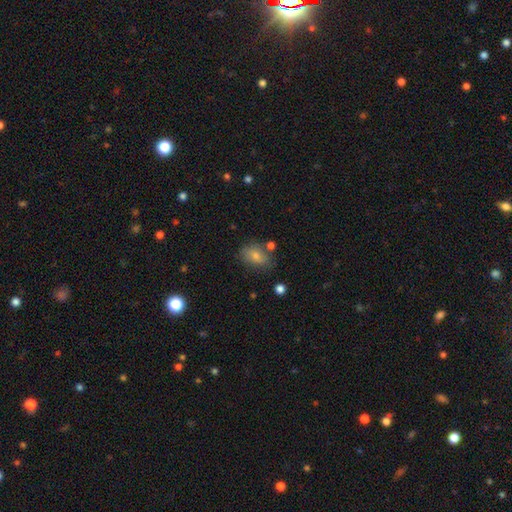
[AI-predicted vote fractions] smooth_or_featured: smooth (p=0.65) [alt: featured or disk p=0.18]
how_rounded: in between (p=0.74) [alt: round p=0.24]
merging: none (p=0.72) [alt: minor disturbance p=0.18]